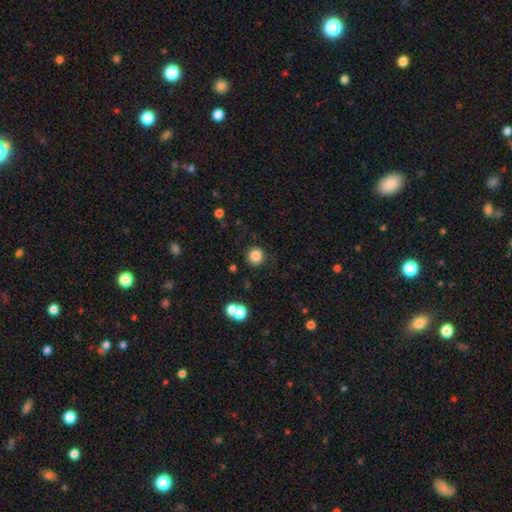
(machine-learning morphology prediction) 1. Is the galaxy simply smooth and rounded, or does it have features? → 83% smooth, 12% star or artifact, 5% featured or disk.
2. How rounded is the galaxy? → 94% round, 5% in between, 1% cigar-shaped.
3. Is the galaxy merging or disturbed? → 88% none, 7% minor disturbance, 3% merger, 3% major disturbance.